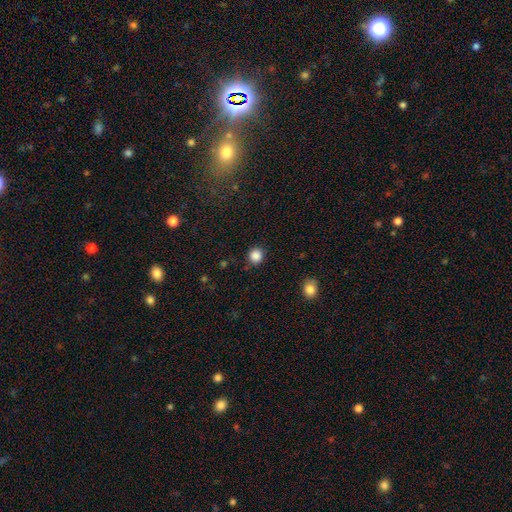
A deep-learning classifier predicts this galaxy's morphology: A smooth galaxy with no disk features (87%) that is round (91%). Merging: none (88%).